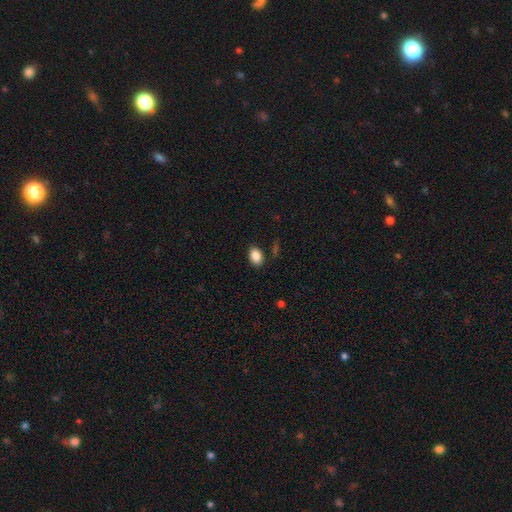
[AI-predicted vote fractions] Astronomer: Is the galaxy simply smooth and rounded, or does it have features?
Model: smooth — 87%.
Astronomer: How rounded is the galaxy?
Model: in between — 85%.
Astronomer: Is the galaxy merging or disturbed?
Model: none — 85%.